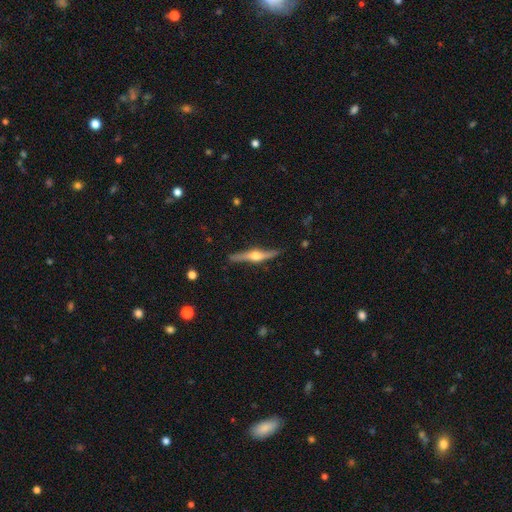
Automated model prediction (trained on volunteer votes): Smooth or featured: featured or disk — 78% (smooth — 16%)
Edge-on disk: yes — 97% (no — 3%)
Edge-on bulge: rounded — 95% (boxy — 3%)
Merging: none — 86% (minor disturbance — 10%)